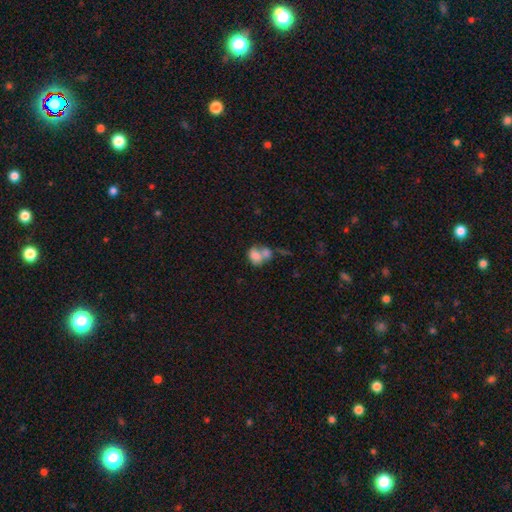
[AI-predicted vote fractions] A smooth galaxy with no disk features (75%) that is in between round and cigar-shaped (58%). Merging: merger (61%).